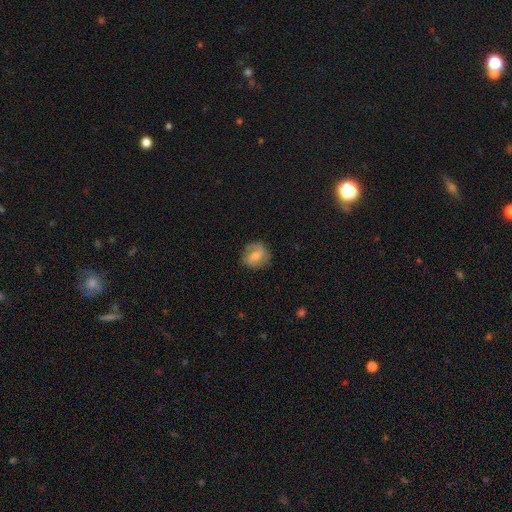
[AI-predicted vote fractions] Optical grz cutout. It shows a smooth galaxy with no disk features (49%). Merging: none (72%).